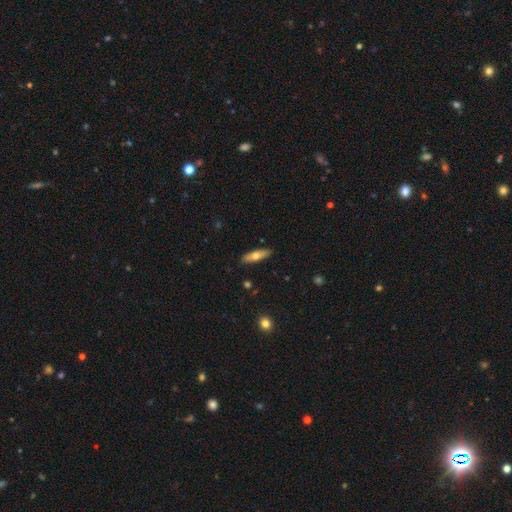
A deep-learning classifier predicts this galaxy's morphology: smooth 61%, featured or disk 33%, star or artifact 6%. Down the decision tree: how rounded — cigar-shaped (59%); merging — none (88%).